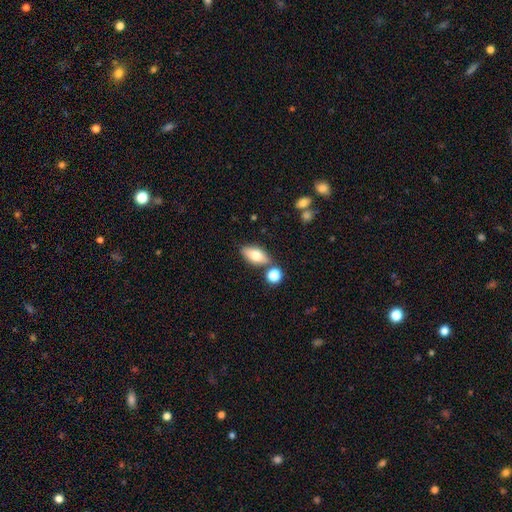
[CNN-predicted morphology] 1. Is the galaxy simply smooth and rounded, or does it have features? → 71% smooth, 21% featured or disk, 8% star or artifact.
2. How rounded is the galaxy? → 84% in between, 11% cigar-shaped, 5% round.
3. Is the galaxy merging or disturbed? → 73% none, 12% merger, 12% minor disturbance, 3% major disturbance.